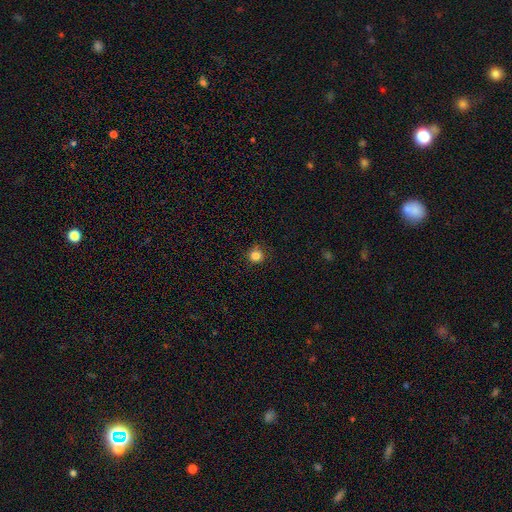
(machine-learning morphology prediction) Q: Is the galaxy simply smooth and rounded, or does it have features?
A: smooth — 84%.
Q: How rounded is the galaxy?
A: round — 93%.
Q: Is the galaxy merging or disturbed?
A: none — 87%.